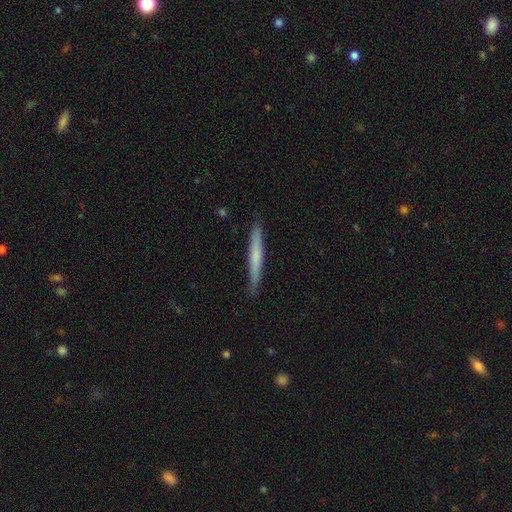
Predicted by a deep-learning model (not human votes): Overall: smooth (56%; featured or disk 38%). How rounded: cigar-shaped (96%). Merging: none (90%).